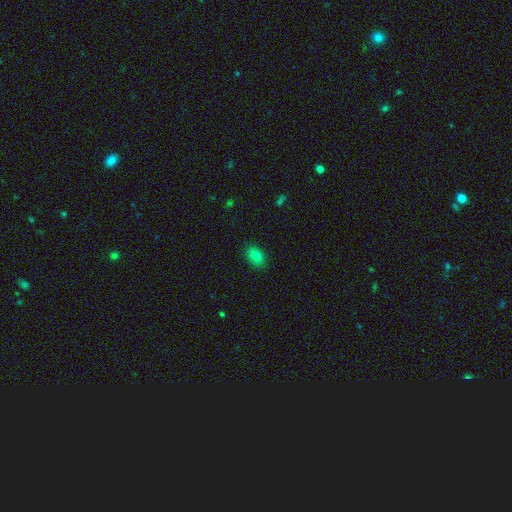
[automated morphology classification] Q: Smooth or featured?
A: smooth (82%); runner-up: star or artifact (11%)
Q: How rounded?
A: in between (84%); runner-up: round (15%)
Q: Merging?
A: none (87%); runner-up: minor disturbance (10%)